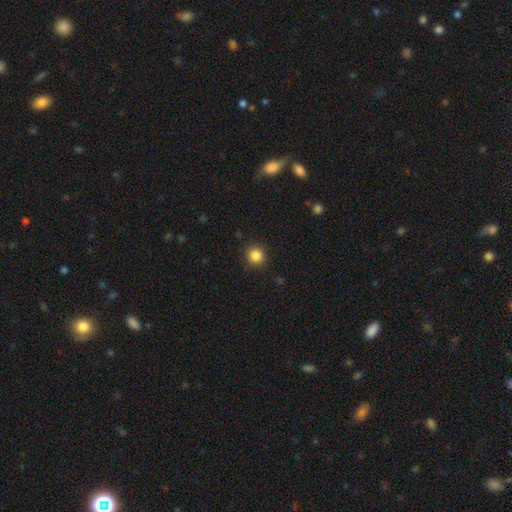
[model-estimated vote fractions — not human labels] This appears to be a smooth galaxy with no disk features (86%) that is round (92%). Merging: none (90%).